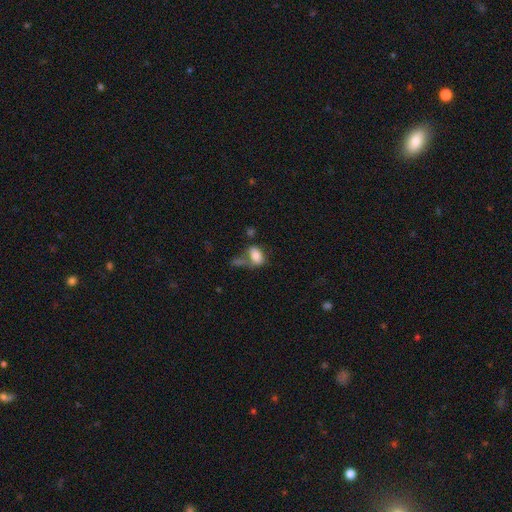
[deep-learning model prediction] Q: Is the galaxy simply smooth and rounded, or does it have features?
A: smooth — 78%.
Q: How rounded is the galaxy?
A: in between — 87%.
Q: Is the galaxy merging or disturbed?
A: none — 42%.